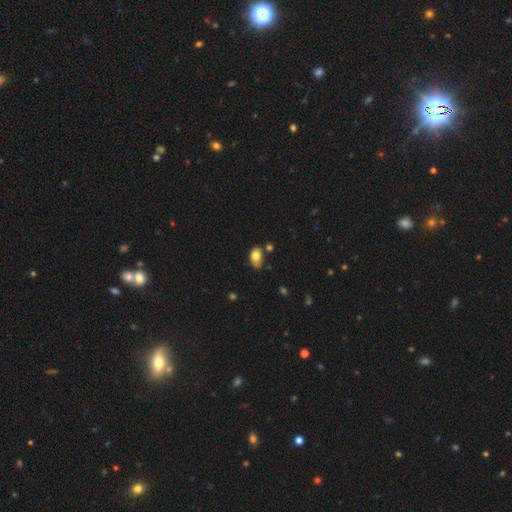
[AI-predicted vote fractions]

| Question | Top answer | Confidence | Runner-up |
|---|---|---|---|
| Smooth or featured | smooth | 79% | featured or disk (12%) |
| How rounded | in between | 87% | round (11%) |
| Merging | none | 54% | minor disturbance (29%) |